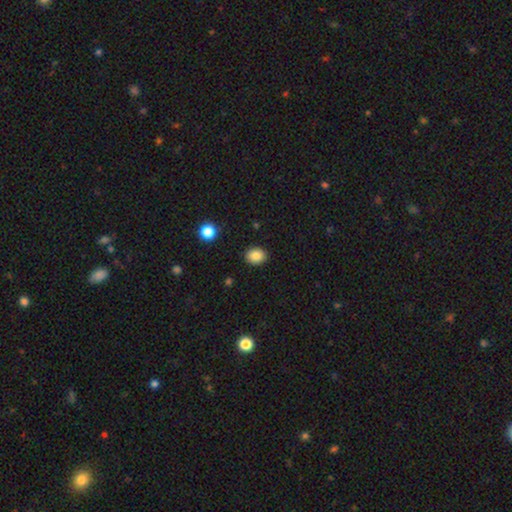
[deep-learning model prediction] A smooth galaxy with no disk features (85%) that is round (56%).

Vote fractions:
- Smooth or featured? smooth: 85% / star or artifact: 9% / featured or disk: 5%
- How rounded? round: 56% / in between: 43% / cigar-shaped: 1%
- Merging? none: 90% / minor disturbance: 7% / major disturbance: 2% / merger: 1%